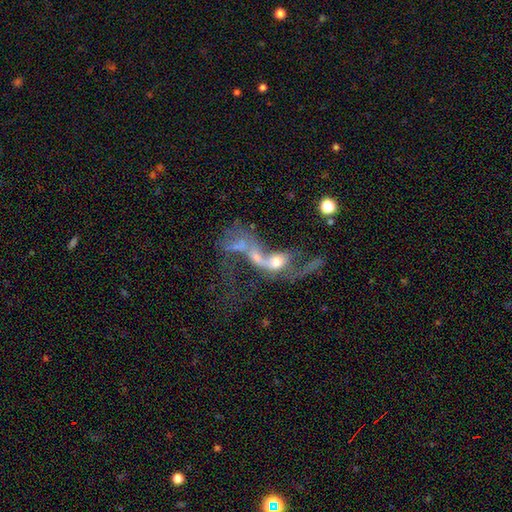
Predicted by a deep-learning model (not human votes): Smooth or featured: featured or disk — 64% (smooth — 22%)
Edge-on disk: no — 93% (yes — 7%)
Bar: no — 72% (weak — 21%)
Spiral arms: no — 56% (yes — 44%)
Bulge size: moderate — 42% (small — 27%)
Merging: merger — 66% (major disturbance — 21%)